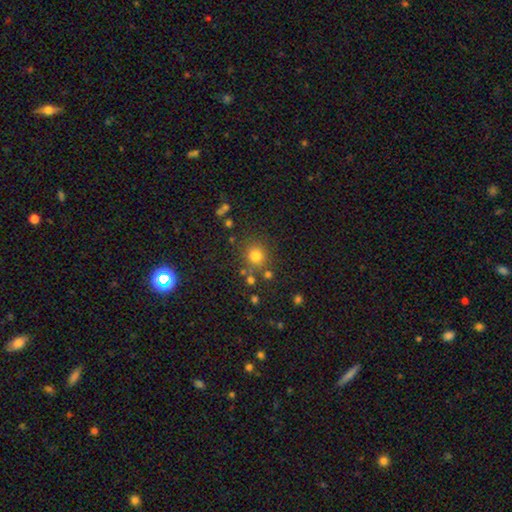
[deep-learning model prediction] Smooth or featured?
  - smooth: 78% *
  - star or artifact: 15%
  - featured or disk: 7%
How rounded?
  - round: 90% *
  - in between: 9%
  - cigar-shaped: 1%
Merging?
  - none: 78% *
  - minor disturbance: 10%
  - merger: 8%
  - major disturbance: 4%